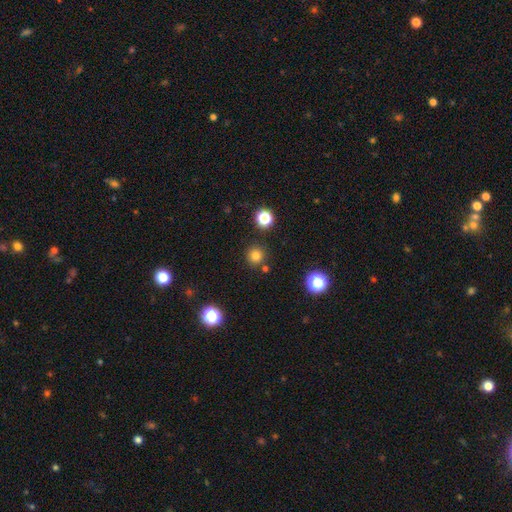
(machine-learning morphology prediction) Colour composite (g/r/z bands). It shows a smooth galaxy with no disk features (78%) that is round (94%). Merging: none (85%).